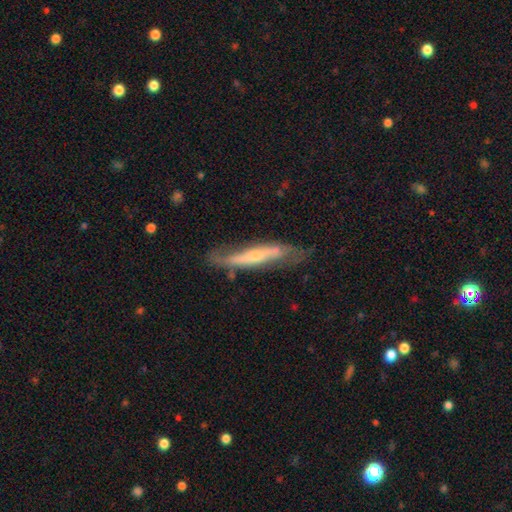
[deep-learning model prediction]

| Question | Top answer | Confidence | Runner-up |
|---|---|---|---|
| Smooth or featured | featured or disk | 63% | smooth (31%) |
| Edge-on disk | yes | 61% | no (39%) |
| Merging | none | 57% | minor disturbance (26%) |